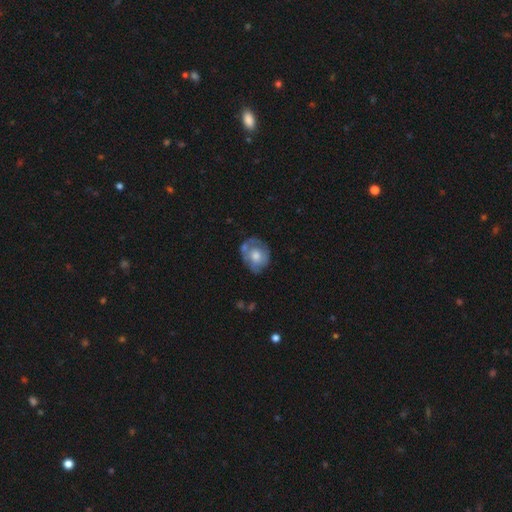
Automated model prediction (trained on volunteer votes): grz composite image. It shows a featured or disk galaxy (49%). Merging: none (54%).